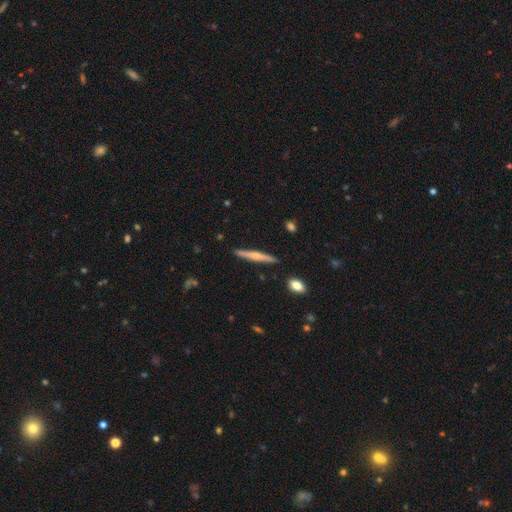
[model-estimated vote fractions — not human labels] A featured or disk galaxy (48%).

Vote fractions:
- Smooth or featured? featured or disk: 48% / smooth: 46% / star or artifact: 6%
- Merging? none: 89% / minor disturbance: 8% / merger: 2% / major disturbance: 2%